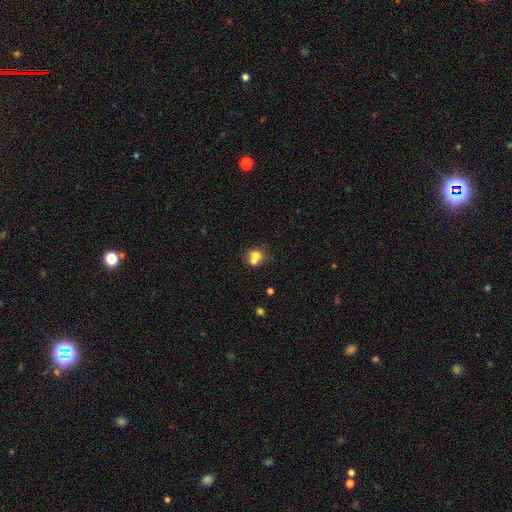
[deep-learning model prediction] smooth_or_featured: smooth (p=0.69) [alt: featured or disk p=0.18]
how_rounded: round (p=0.77) [alt: in between p=0.22]
merging: merger (p=0.55) [alt: none p=0.35]